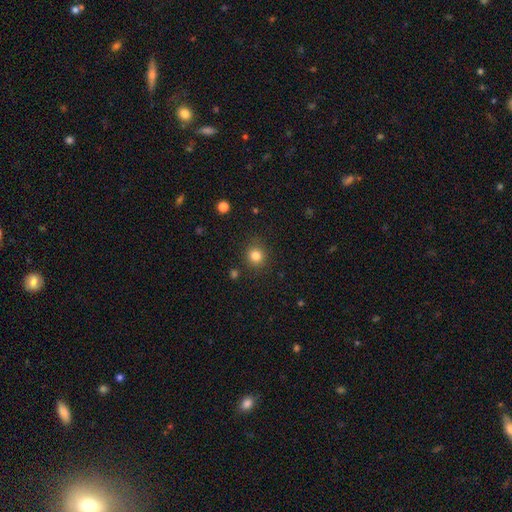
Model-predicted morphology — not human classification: Smooth or featured?
  - smooth: 83% *
  - star or artifact: 12%
  - featured or disk: 5%
How rounded?
  - round: 89% *
  - in between: 10%
  - cigar-shaped: 1%
Merging?
  - none: 87% *
  - minor disturbance: 8%
  - major disturbance: 3%
  - merger: 2%